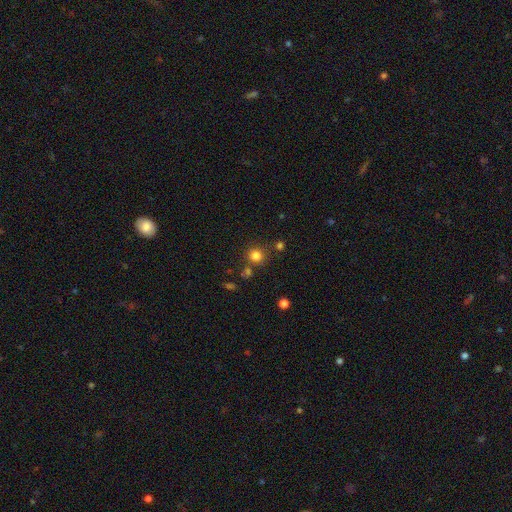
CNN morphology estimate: Smooth or featured?
  - smooth: 80% *
  - star or artifact: 15%
  - featured or disk: 5%
How rounded?
  - round: 90% *
  - in between: 9%
  - cigar-shaped: 1%
Merging?
  - none: 78% *
  - merger: 10%
  - minor disturbance: 9%
  - major disturbance: 4%